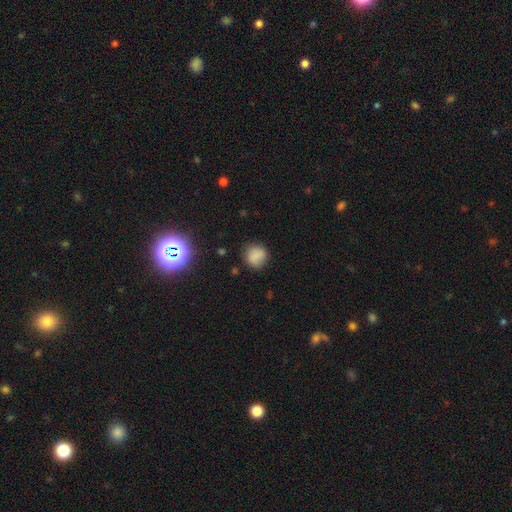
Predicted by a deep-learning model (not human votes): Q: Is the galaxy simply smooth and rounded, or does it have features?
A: smooth — 81%.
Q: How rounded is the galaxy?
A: round — 83%.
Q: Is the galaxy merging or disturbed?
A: none — 77%.